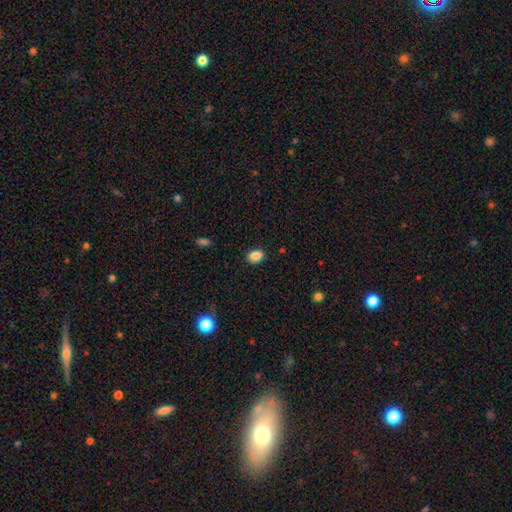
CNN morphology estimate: Smooth or featured? Predicted: smooth (p=0.87). How rounded? Predicted: in between (p=0.76). Merging? Predicted: none (p=0.86).